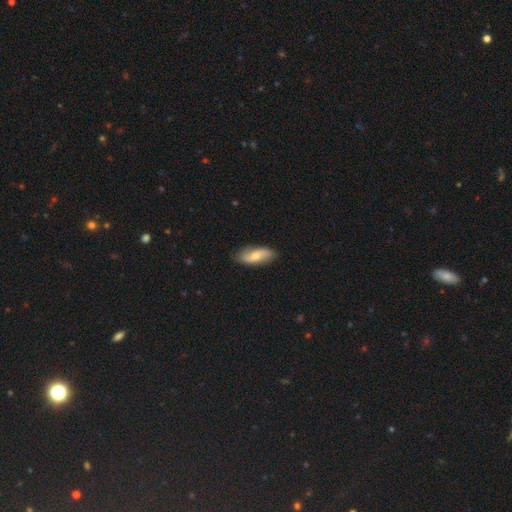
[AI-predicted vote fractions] smooth-or-featured: smooth: 52% | featured or disk: 42% | star or artifact: 6%
  how-rounded: in between: 76% | cigar-shaped: 20% | round: 4%
  merging: none: 85% | minor disturbance: 11% | major disturbance: 2% | merger: 1%